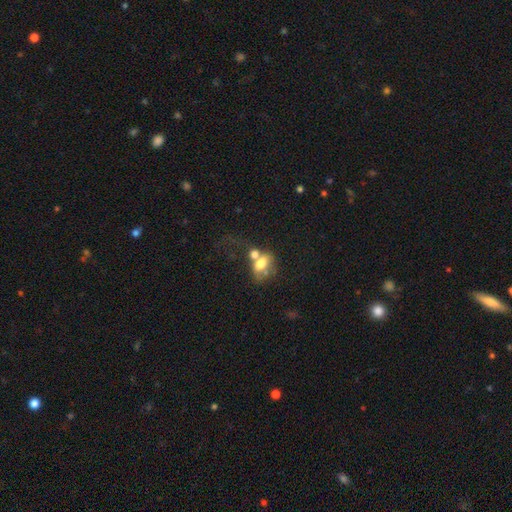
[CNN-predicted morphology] smooth 56%, featured or disk 32%, star or artifact 12%. Down the decision tree: how rounded — in between (73%); merging — merger (55%).